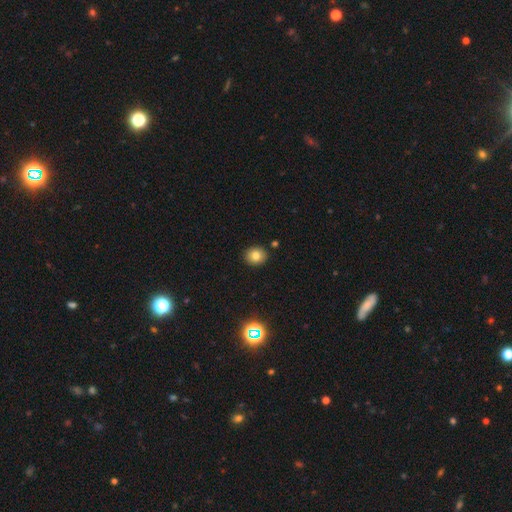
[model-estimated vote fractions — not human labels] This is likely a smooth galaxy (80%). How rounded: likely round (72%). Merging: clearly none (89%).